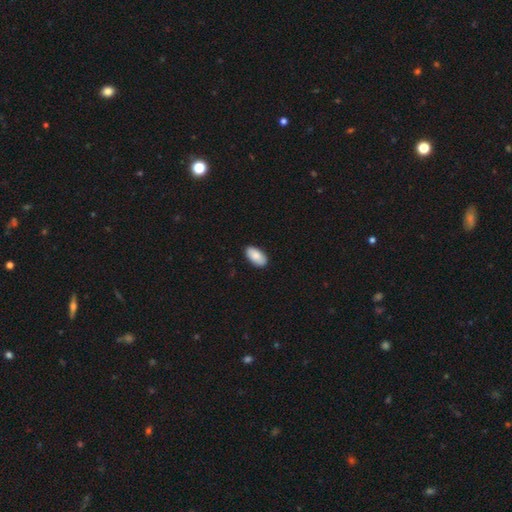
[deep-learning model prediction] This is clearly a smooth galaxy (87%). How rounded: clearly in between (95%). Merging: clearly none (88%).